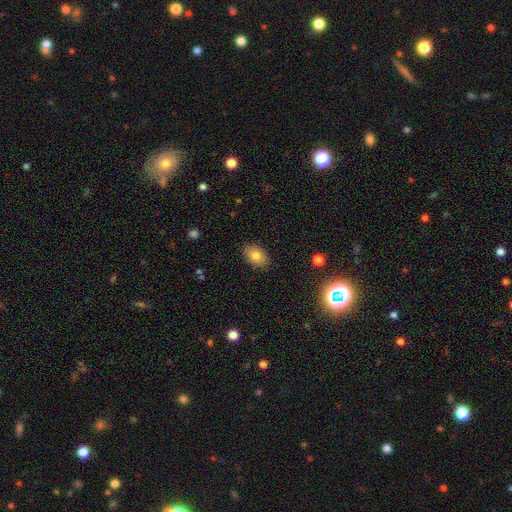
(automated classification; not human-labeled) Smooth or featured: smooth — 82% (featured or disk — 10%)
How rounded: in between — 87% (round — 12%)
Merging: none — 87% (minor disturbance — 9%)